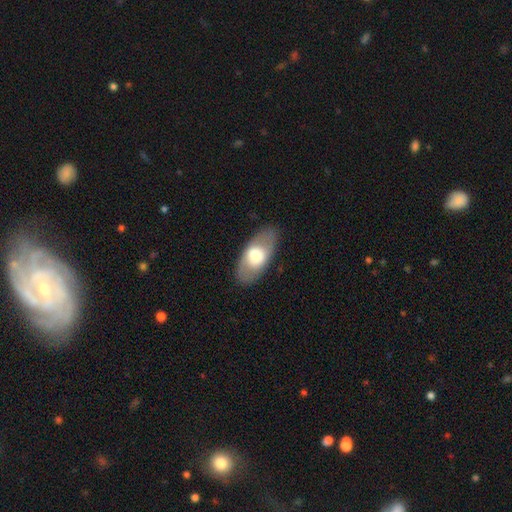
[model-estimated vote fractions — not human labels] Smooth or featured? smooth (63%)
How rounded? in between (91%)
Merging? none (84%)